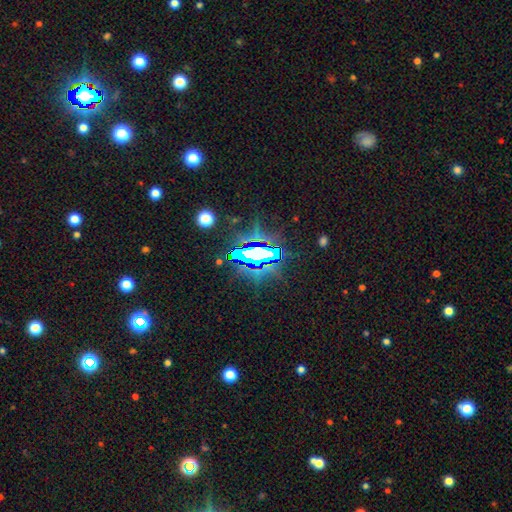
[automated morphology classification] Smooth or featured: star or artifact — 69% (featured or disk — 16%)